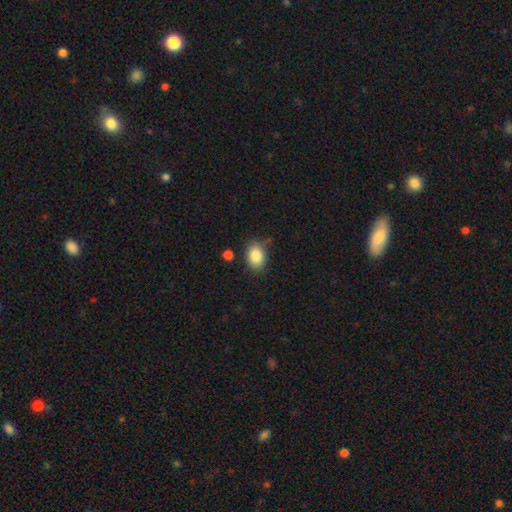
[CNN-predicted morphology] type=smooth (86%); roundness=in between (77%); merging=none (78%).